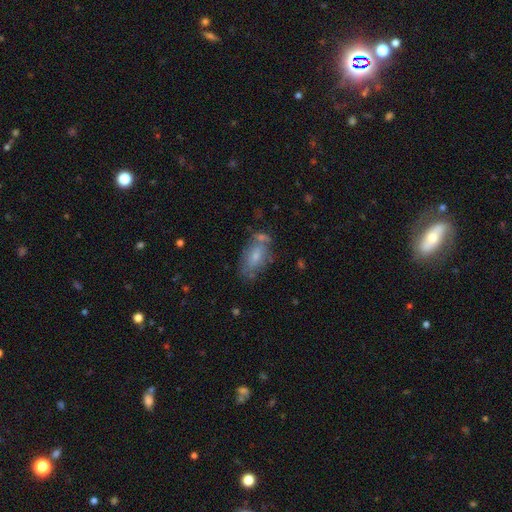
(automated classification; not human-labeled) Smooth or featured: smooth — 63% (featured or disk — 29%)
How rounded: in between — 88% (cigar-shaped — 8%)
Merging: none — 51% (minor disturbance — 23%)